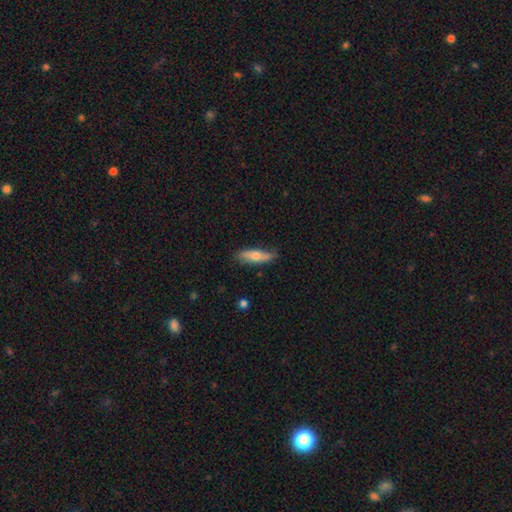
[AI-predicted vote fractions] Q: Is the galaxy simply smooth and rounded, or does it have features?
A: smooth — 63%.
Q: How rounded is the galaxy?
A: cigar-shaped — 55%.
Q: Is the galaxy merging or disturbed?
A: none — 73%.